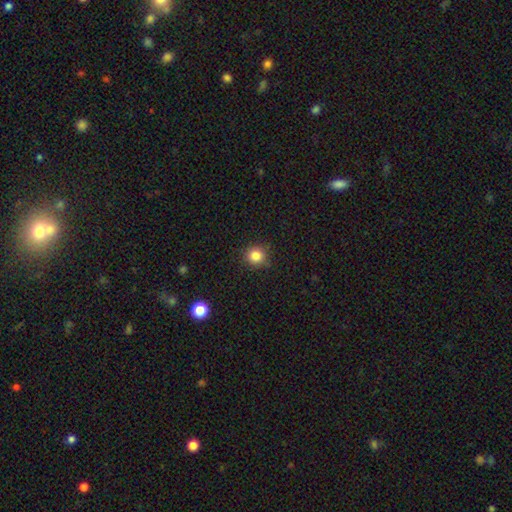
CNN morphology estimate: smooth_or_featured: smooth (p=0.84) [alt: star or artifact p=0.11]
how_rounded: round (p=0.93) [alt: in between p=0.06]
merging: none (p=0.88) [alt: minor disturbance p=0.08]